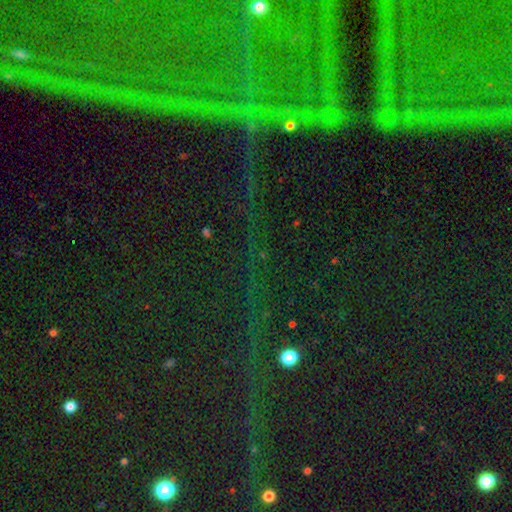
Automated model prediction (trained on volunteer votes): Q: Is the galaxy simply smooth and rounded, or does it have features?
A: star or artifact — 82%.